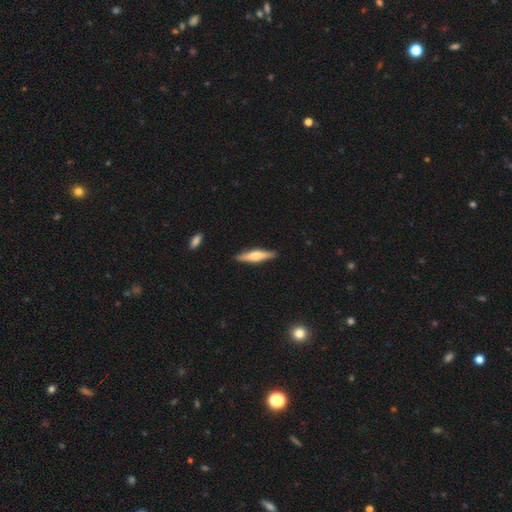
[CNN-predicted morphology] Overall: featured or disk (52%; smooth 43%). Edge-on disk: yes (95%). Merging: none (89%).